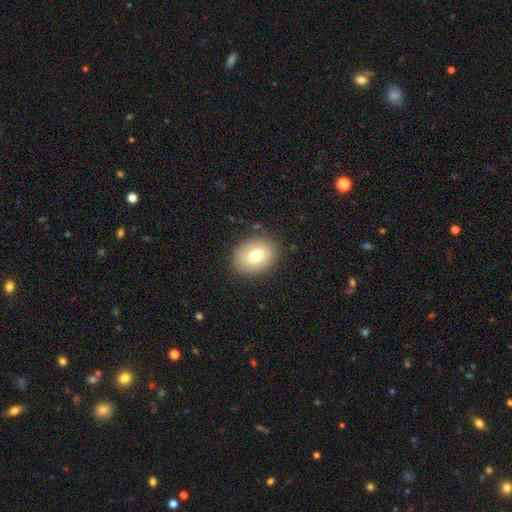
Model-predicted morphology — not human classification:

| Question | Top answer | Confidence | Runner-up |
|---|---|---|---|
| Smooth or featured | smooth | 72% | featured or disk (19%) |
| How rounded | in between | 59% | round (41%) |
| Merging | none | 84% | minor disturbance (11%) |